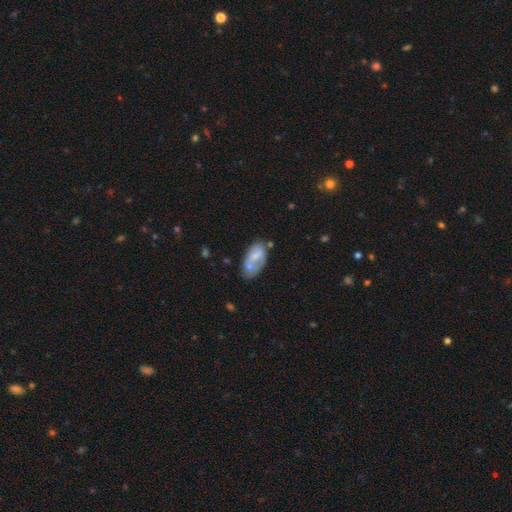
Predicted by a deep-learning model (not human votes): A smooth galaxy with no disk features (59%) that is in between round and cigar-shaped (92%).

Vote fractions:
- Smooth or featured? smooth: 59% / featured or disk: 34% / star or artifact: 7%
- How rounded? in between: 92% / round: 4% / cigar-shaped: 3%
- Merging? none: 37% / merger: 26% / minor disturbance: 24% / major disturbance: 13%